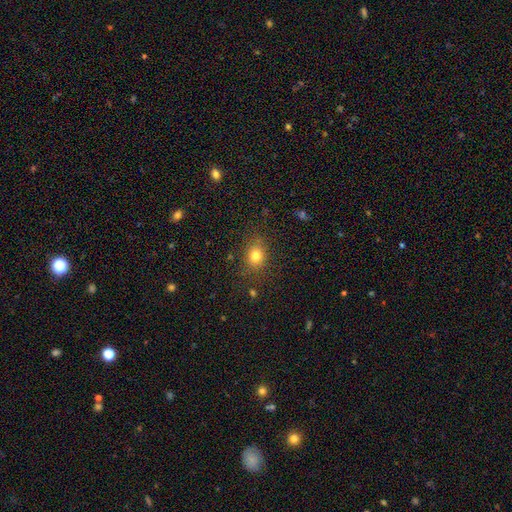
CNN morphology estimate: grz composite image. It shows a smooth galaxy with no disk features (79%) that is round (56%). Merging: none (83%).